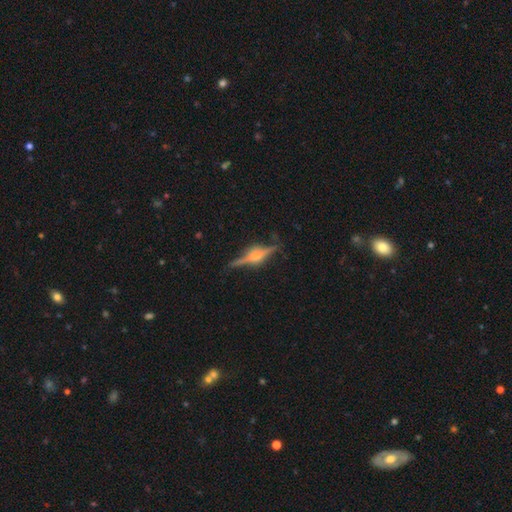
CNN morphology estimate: featured or disk 83%, smooth 10%, star or artifact 7%. Down the decision tree: edge-on disk — yes (97%); edge-on bulge — rounded (87%); merging — none (84%).